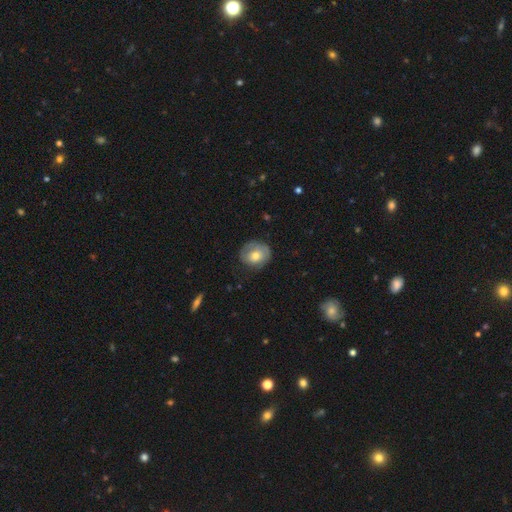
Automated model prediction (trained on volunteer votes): A smooth galaxy with no disk features (50%) that is round (66%).

Vote fractions:
- Smooth or featured? smooth: 50% / featured or disk: 43% / star or artifact: 7%
- How rounded? round: 66% / in between: 33% / cigar-shaped: 1%
- Merging? none: 66% / minor disturbance: 23% / major disturbance: 9% / merger: 1%